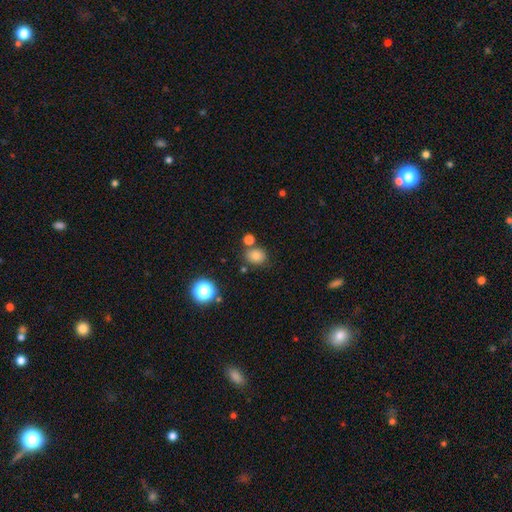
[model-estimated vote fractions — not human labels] Morphology: type=smooth (79%); roundness=round (61%); merging=none (72%).